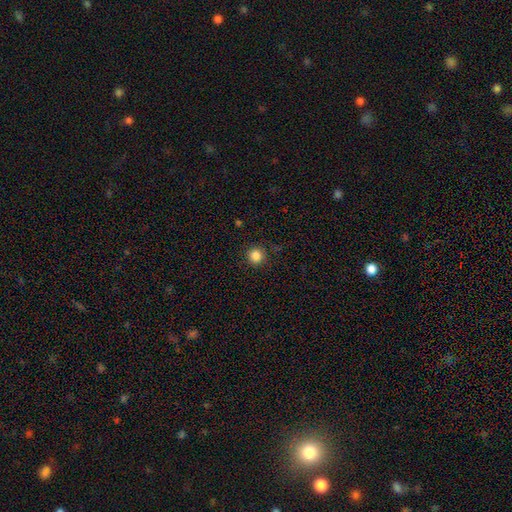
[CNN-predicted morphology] smooth_or_featured: smooth (p=0.85) [alt: star or artifact p=0.11]
how_rounded: round (p=0.94) [alt: in between p=0.05]
merging: none (p=0.90) [alt: minor disturbance p=0.06]